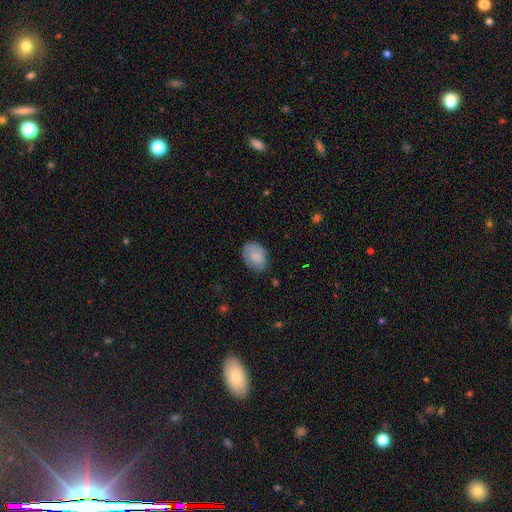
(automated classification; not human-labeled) A smooth galaxy with no disk features (82%) that is in between round and cigar-shaped (77%). Merging: none (70%).